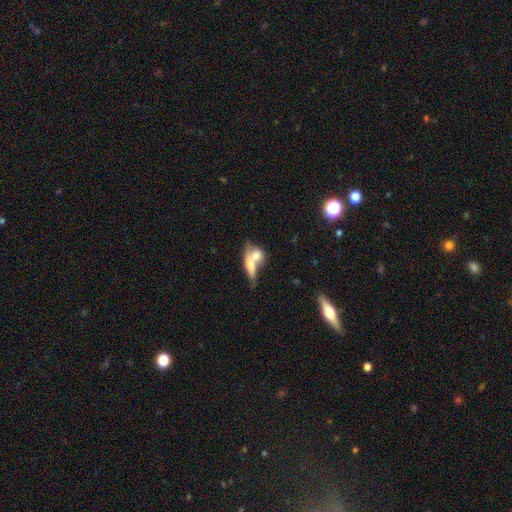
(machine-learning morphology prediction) Smooth or featured? smooth (62%)
How rounded? in between (57%)
Merging? merger (66%)